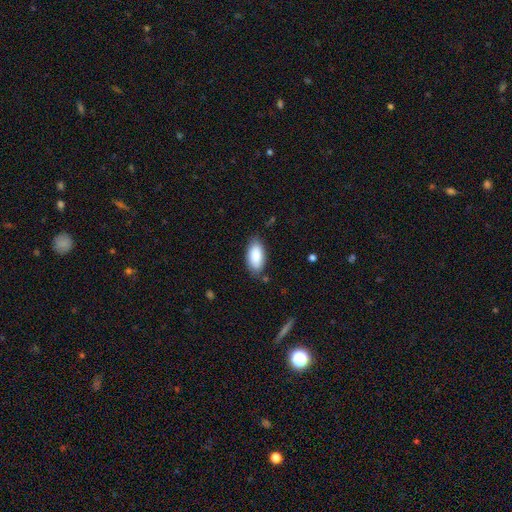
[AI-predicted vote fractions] Smooth or featured? Predicted: smooth (p=0.87). How rounded? Predicted: in between (p=0.93). Merging? Predicted: none (p=0.80).